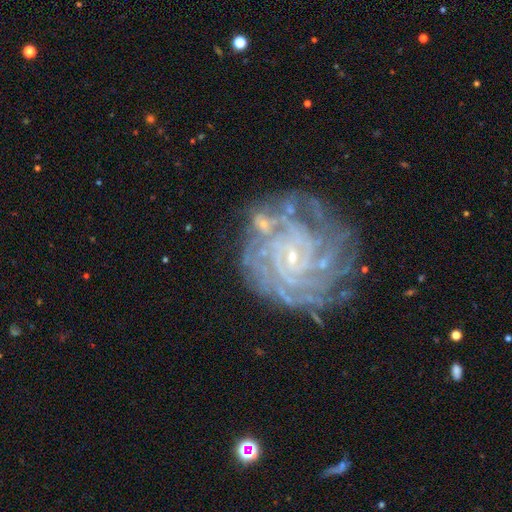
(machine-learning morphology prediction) smooth_or_featured: featured or disk (p=0.87) [alt: star or artifact p=0.07]
disk_edge_on: no (p=0.98) [alt: yes p=0.02]
bar: no (p=0.52) [alt: weak p=0.36]
has_spiral_arms: yes (p=0.97) [alt: no p=0.03]
spiral_winding: tight (p=0.79) [alt: medium p=0.17]
spiral_arm_count: can't tell (p=0.25) [tied with: 4 p=0.25]
bulge_size: small (p=0.84) [alt: moderate p=0.10]
merging: none (p=0.66) [alt: minor disturbance p=0.20]